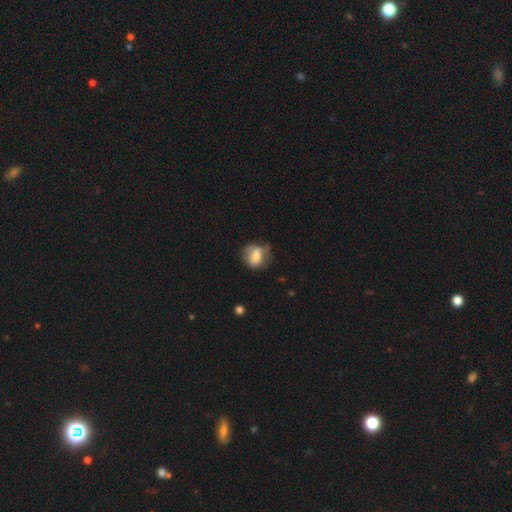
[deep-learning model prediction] Smooth or featured? smooth (67%)
How rounded? round (58%)
Merging? none (56%)